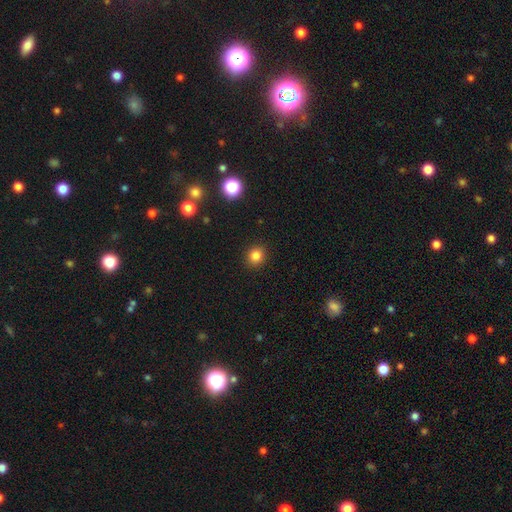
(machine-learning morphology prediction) smooth 83%, star or artifact 13%, featured or disk 4%. Down the decision tree: how rounded — round (84%); merging — none (91%).